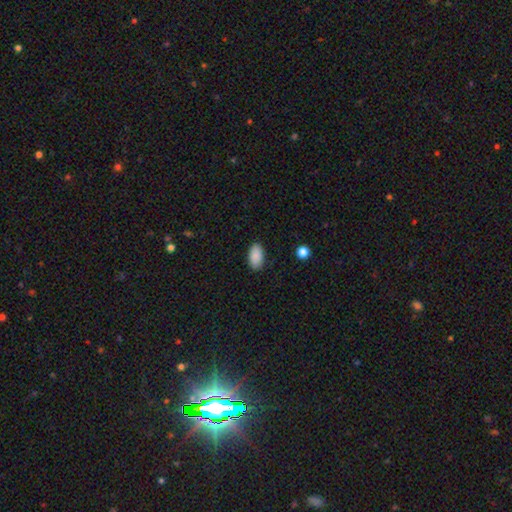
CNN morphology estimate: Smooth or featured? smooth (89%)
How rounded? in between (95%)
Merging? none (87%)